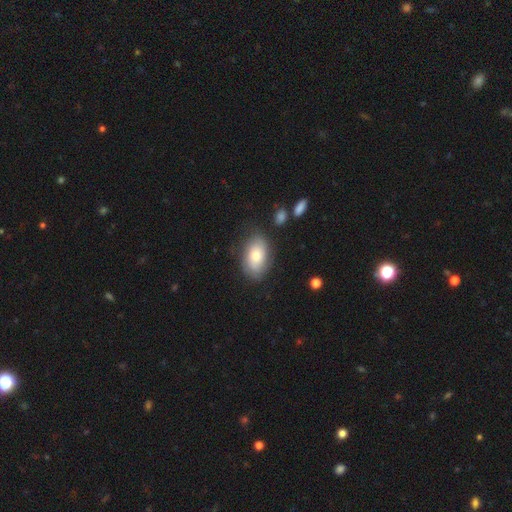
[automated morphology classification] This appears to be a smooth galaxy with no disk features (69%) that is in between round and cigar-shaped (91%). Merging: none (76%).